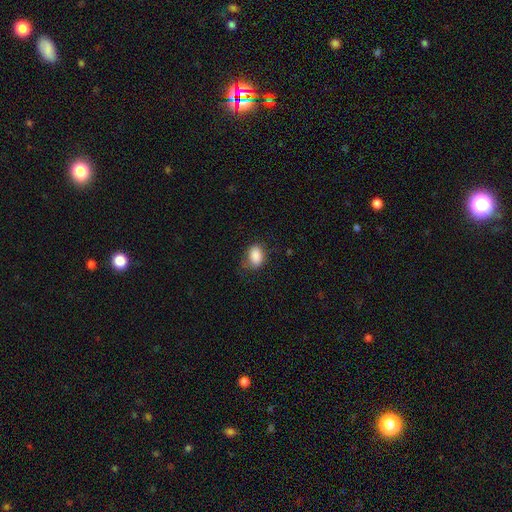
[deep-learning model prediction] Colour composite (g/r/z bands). It shows a smooth galaxy with no disk features (88%) that is in between round and cigar-shaped (82%). Merging: none (69%).